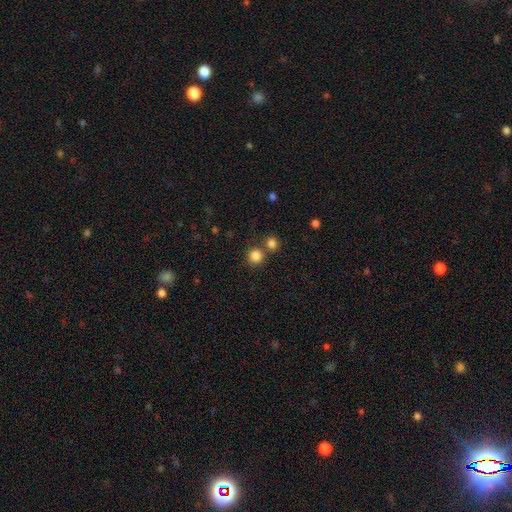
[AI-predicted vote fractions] The model was most divided on "merging": none: 71%, merger: 20%, minor disturbance: 7%, major disturbance: 3%. More confident: how rounded — round (93%); smooth or featured — smooth (83%).